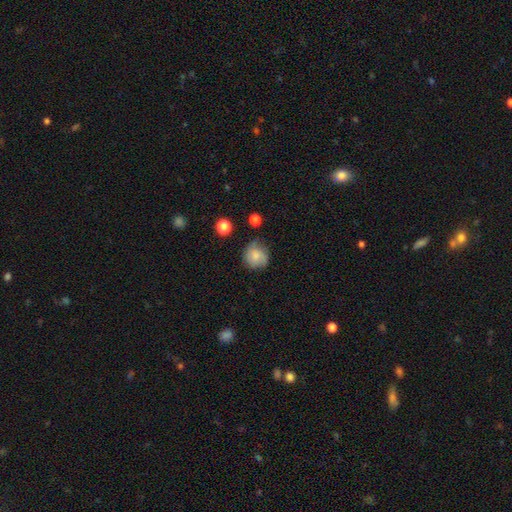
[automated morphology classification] The model was most divided on "merging": none: 63%, minor disturbance: 27%, major disturbance: 8%, merger: 2%. More confident: how rounded — round (86%); smooth or featured — smooth (67%).